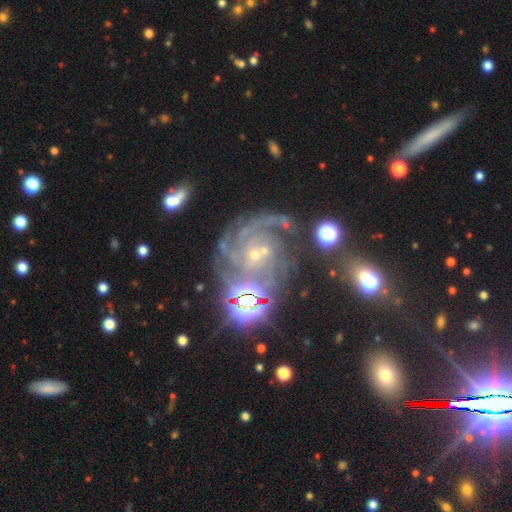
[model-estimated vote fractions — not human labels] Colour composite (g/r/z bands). It shows a featured or disk galaxy (81%) with no bar (59%), can't tell (24%, tied with 3) tight (59%) spiral arms (97%) and a small central bulge (78%). Merging: none (56%).